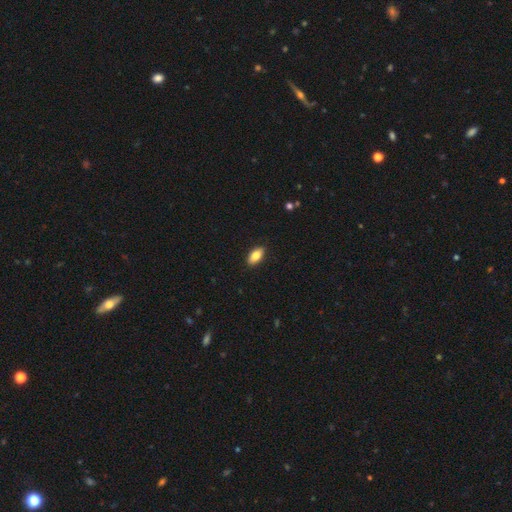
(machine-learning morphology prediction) Smooth or featured? smooth (82%)
How rounded? in between (90%)
Merging? none (88%)